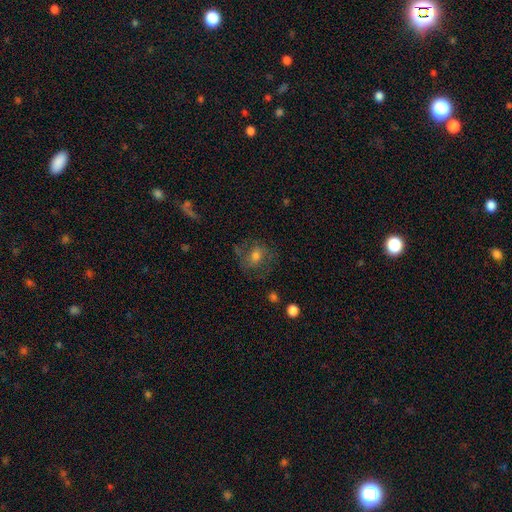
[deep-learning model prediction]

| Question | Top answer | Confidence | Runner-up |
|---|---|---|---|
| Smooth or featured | featured or disk | 48% | smooth (37%) |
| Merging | none | 66% | minor disturbance (18%) |